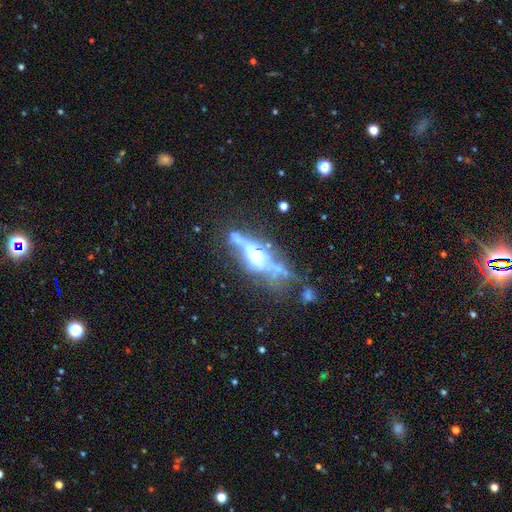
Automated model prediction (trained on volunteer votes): Smooth or featured? featured or disk (73%)
Edge-on disk? yes (67%)
Merging? none (38%)